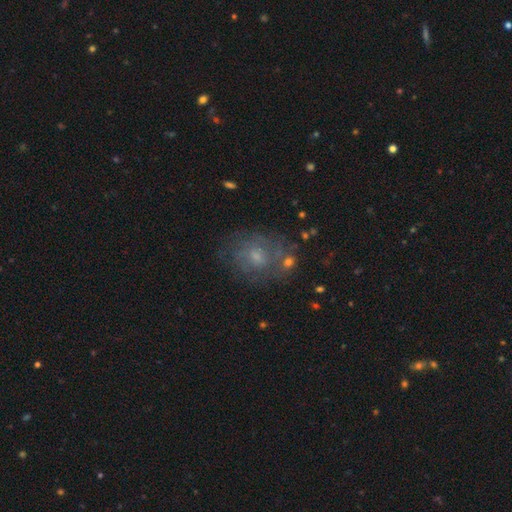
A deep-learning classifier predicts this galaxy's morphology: smooth-or-featured: featured or disk: 53% | smooth: 35% | star or artifact: 12%
  disk-edge-on: no: 97% | yes: 3%
    bar: no: 65% | weak: 31% | strong: 4%
    has-spiral-arms: yes: 64% | no: 36%
    bulge-size: small: 48% | moderate: 38% | none: 9% | large: 4% | dominant: 1%
  merging: none: 64% | minor disturbance: 18% | major disturbance: 12% | merger: 6%